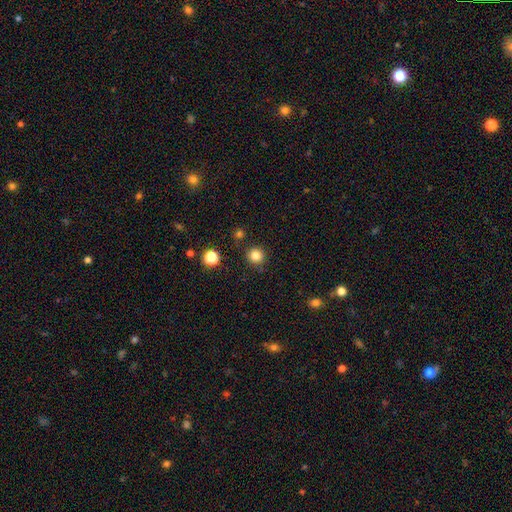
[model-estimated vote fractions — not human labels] Overall: smooth (83%). How rounded: round (93%). Merging: none (87%).